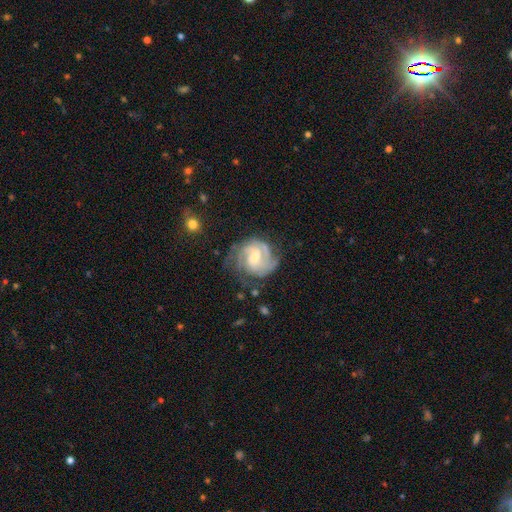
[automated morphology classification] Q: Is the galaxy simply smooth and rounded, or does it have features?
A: featured or disk — 84%.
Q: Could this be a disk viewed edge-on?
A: no — 98%.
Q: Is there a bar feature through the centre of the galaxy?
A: weak — 50%.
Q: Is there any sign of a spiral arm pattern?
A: yes — 96%.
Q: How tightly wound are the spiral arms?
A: tight — 55%.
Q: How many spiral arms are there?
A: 2 — 39%.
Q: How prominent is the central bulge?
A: moderate — 43%.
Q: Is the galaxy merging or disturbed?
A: none — 61%.